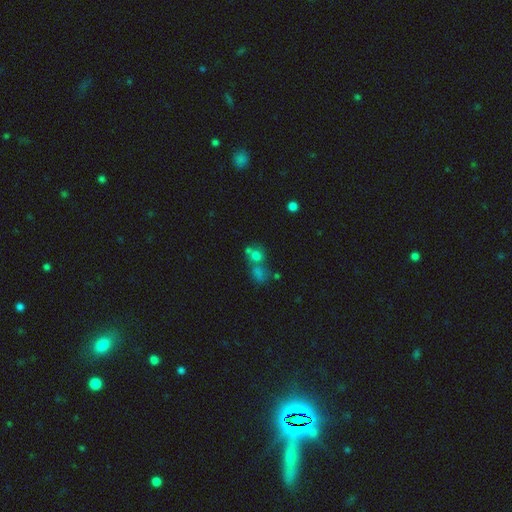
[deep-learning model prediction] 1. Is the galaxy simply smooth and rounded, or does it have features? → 61% smooth, 22% star or artifact, 17% featured or disk.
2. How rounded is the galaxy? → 66% round, 32% in between, 2% cigar-shaped.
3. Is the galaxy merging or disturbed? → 47% merger, 36% none, 10% minor disturbance, 7% major disturbance.